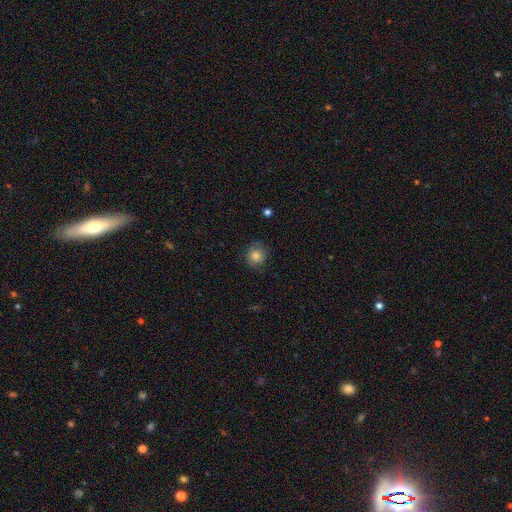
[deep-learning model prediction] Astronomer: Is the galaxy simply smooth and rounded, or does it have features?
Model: smooth — 82%.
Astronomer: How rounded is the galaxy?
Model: round — 83%.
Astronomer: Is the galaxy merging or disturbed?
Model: none — 80%.